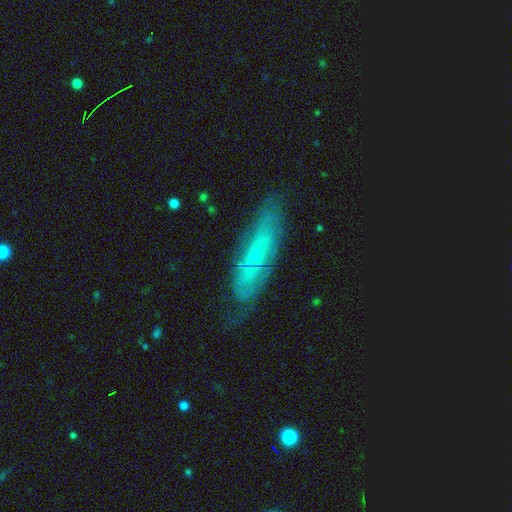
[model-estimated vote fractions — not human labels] Smooth or featured? featured or disk (66%)
Edge-on disk? no (73%)
Merging? none (68%)